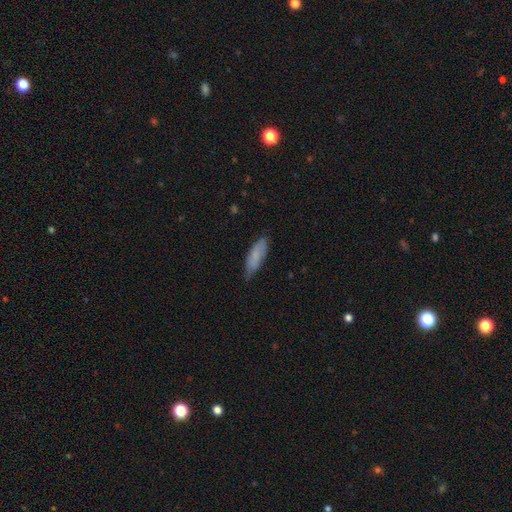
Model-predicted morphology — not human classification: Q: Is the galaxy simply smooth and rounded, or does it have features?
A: smooth — 79%.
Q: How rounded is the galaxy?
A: in between — 53%.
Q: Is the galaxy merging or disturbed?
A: none — 71%.